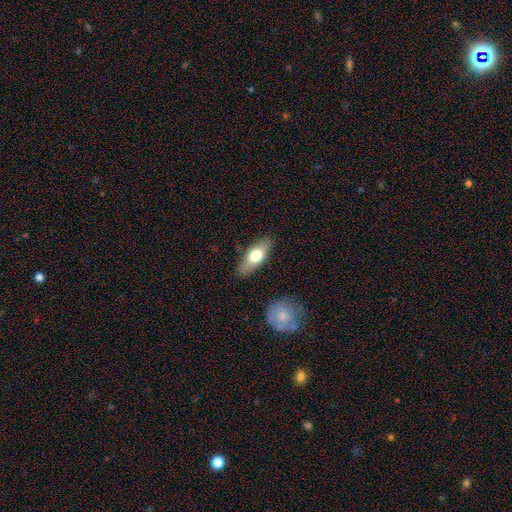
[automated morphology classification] smooth 67%, featured or disk 27%, star or artifact 6%. Down the decision tree: how rounded — in between (75%); merging — none (85%).